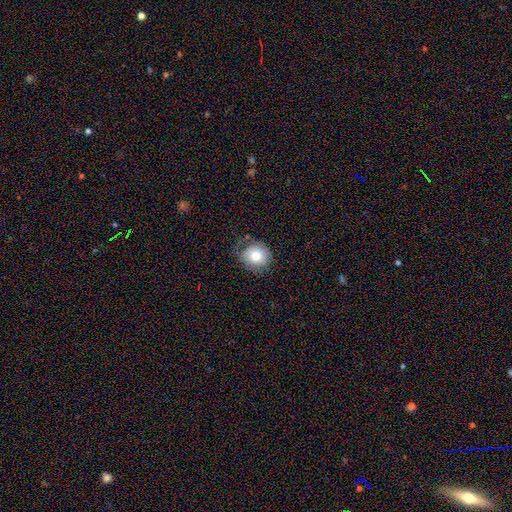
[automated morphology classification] type=smooth (77%); roundness=round (84%); merging=none (65%).